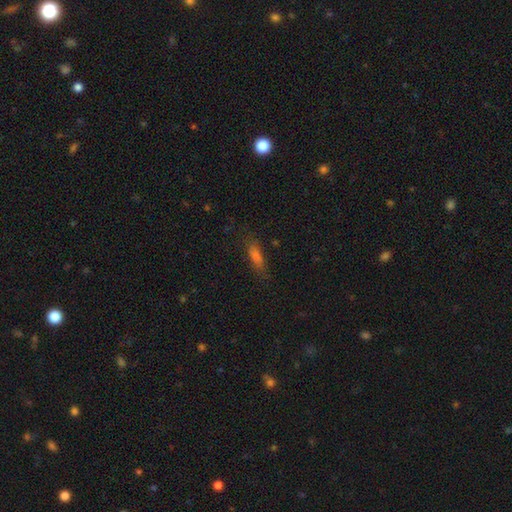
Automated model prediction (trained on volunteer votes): Smooth or featured? Predicted: smooth (p=0.68). How rounded? Predicted: cigar-shaped (p=0.59). Merging? Predicted: none (p=0.74).